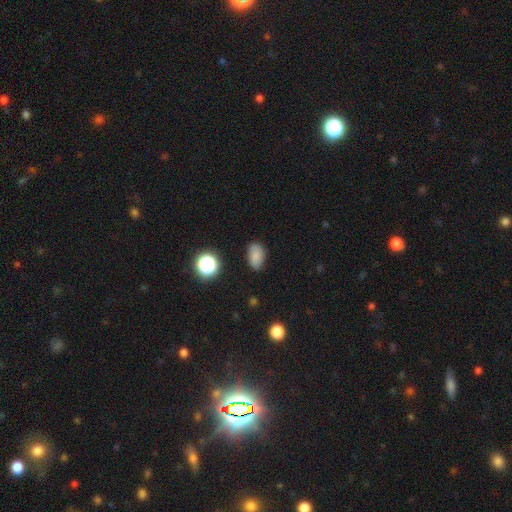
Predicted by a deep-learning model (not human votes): Smooth or featured?
  - smooth: 80% *
  - star or artifact: 12%
  - featured or disk: 8%
How rounded?
  - in between: 86% *
  - round: 13%
  - cigar-shaped: 2%
Merging?
  - none: 77% *
  - minor disturbance: 18%
  - major disturbance: 4%
  - merger: 2%